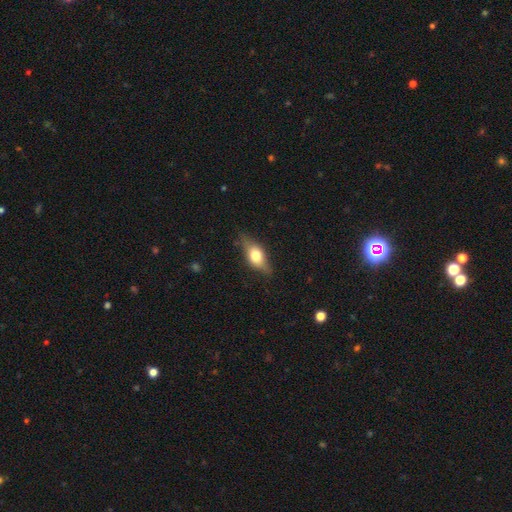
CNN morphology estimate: A smooth galaxy with no disk features (54%) that is in between round and cigar-shaped (73%). Merging: none (75%).